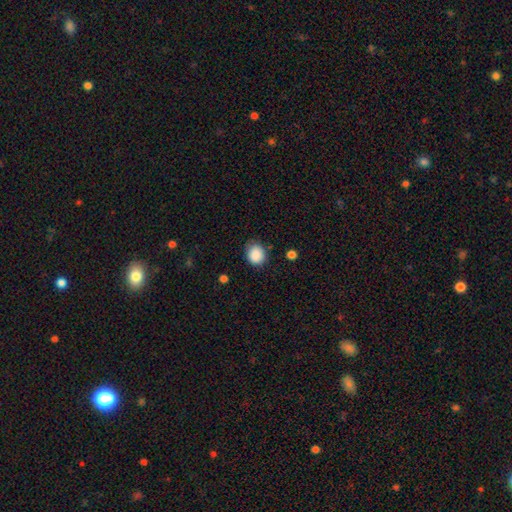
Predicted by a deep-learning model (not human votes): Morphology: type=smooth (88%); roundness=round (66%); merging=none (78%).